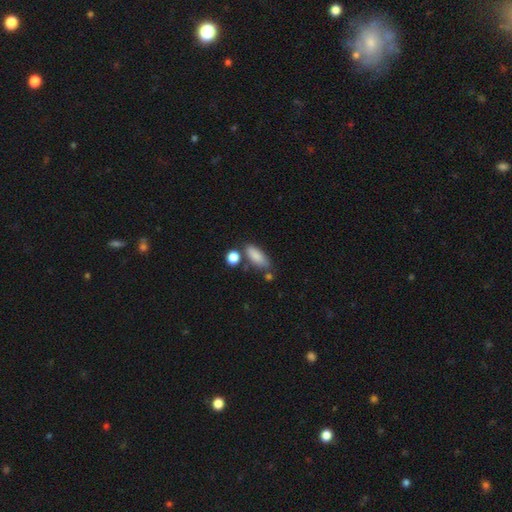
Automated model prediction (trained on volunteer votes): smooth 84%, featured or disk 8%, star or artifact 8%. Down the decision tree: how rounded — in between (75%); merging — none (65%).